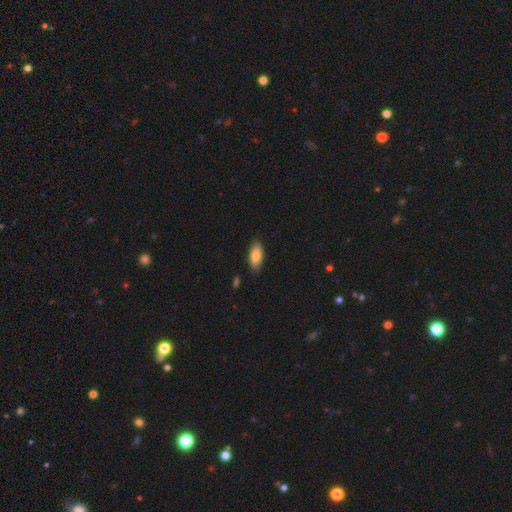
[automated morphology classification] This is likely a smooth galaxy (80%). How rounded: clearly in between (86%). Merging: clearly none (83%).